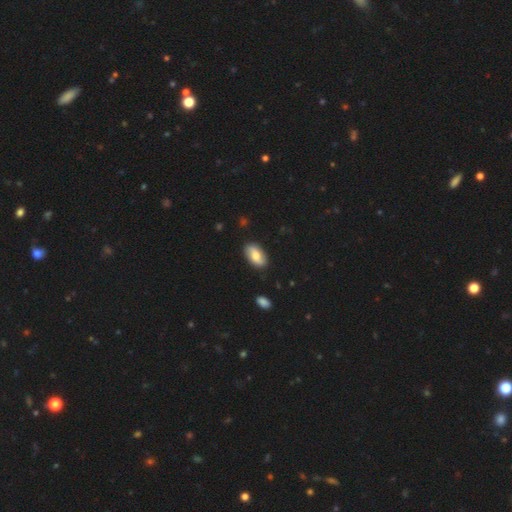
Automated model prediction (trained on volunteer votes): Smooth or featured: smooth — 66% (featured or disk — 28%)
How rounded: in between — 93% (round — 4%)
Merging: none — 85% (minor disturbance — 11%)